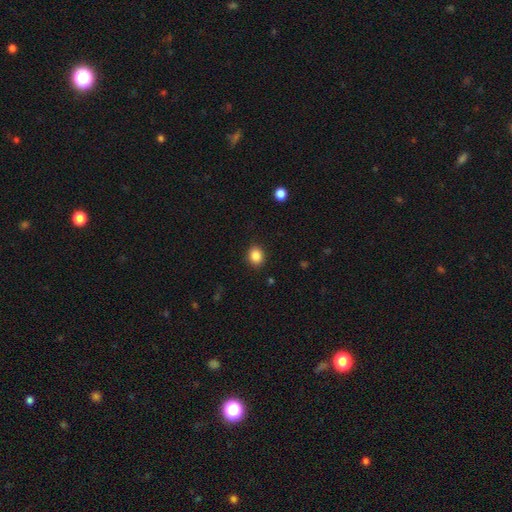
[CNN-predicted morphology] The model was most divided on "how rounded": round: 60%, in between: 39%, cigar-shaped: 1%. More confident: merging — none (89%); smooth or featured — smooth (87%).